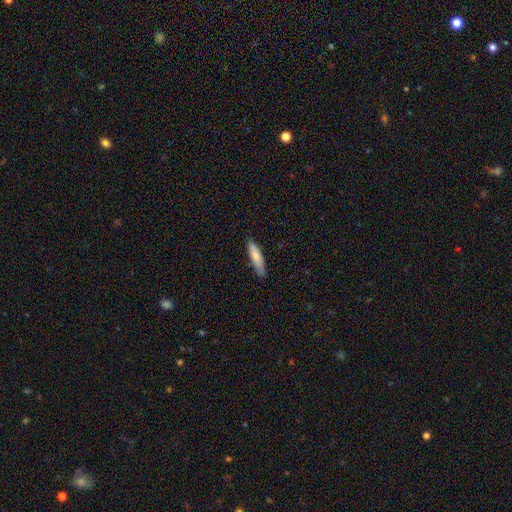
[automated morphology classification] Smooth or featured? Predicted: smooth (p=0.75). How rounded? Predicted: cigar-shaped (p=0.77). Merging? Predicted: none (p=0.82).